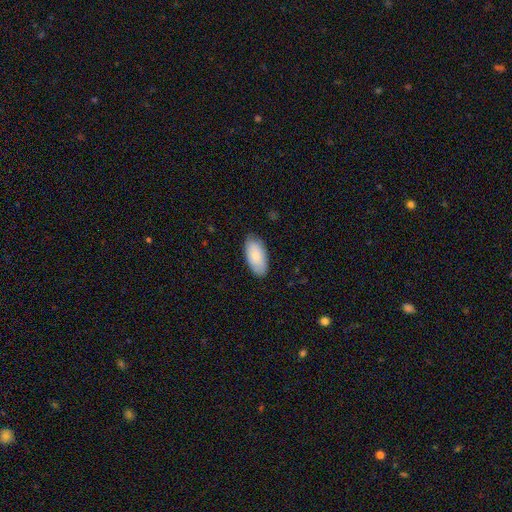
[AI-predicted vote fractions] smooth 81%, featured or disk 13%, star or artifact 6%. Down the decision tree: how rounded — in between (94%); merging — none (82%).